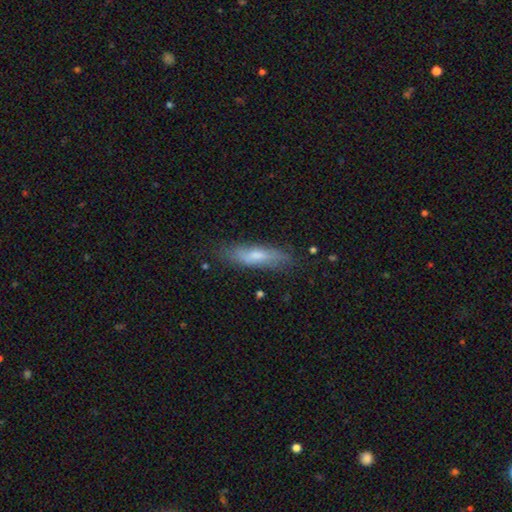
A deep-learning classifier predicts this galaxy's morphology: Smooth or featured: smooth — 63% (featured or disk — 30%)
How rounded: cigar-shaped — 65% (in between — 33%)
Merging: none — 75% (minor disturbance — 19%)